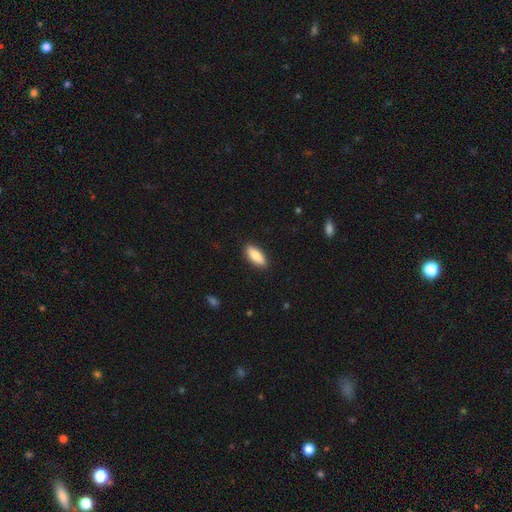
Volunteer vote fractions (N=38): A smooth galaxy with no disk features (87%) that is in between round and cigar-shaped (85%).

Vote fractions:
- Smooth or featured? smooth: 87% / featured or disk: 11% / star or artifact: 3%
- How rounded? in between: 85% / cigar-shaped: 15% / round: 0%
- Merging? none: 95% / minor disturbance: 5% / major disturbance: 0% / merger: 0%